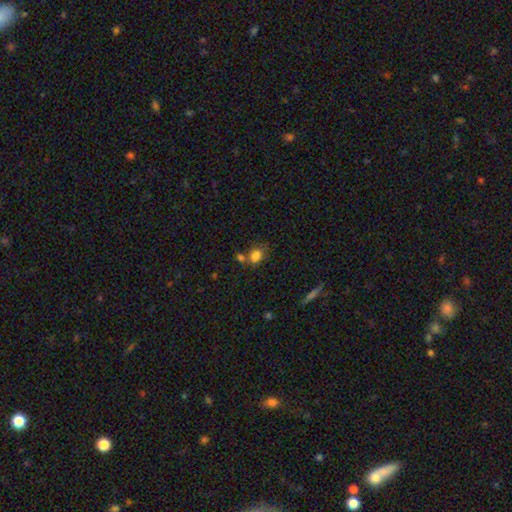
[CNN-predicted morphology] A smooth galaxy with no disk features (78%) that is in between round and cigar-shaped (72%). Merging: none (48%).